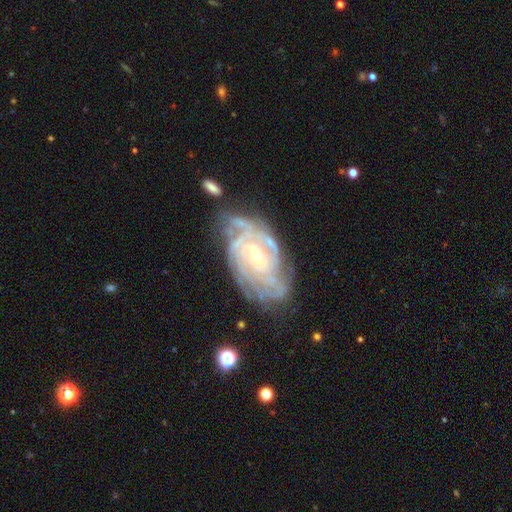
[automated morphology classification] type=featured or disk (89%); edge-on=no (96%); bar=no (63%); spiral arms=yes (96%); winding=tight (74%); arm count=can't tell (30%); bulge=small (74%); merging=none (64%).